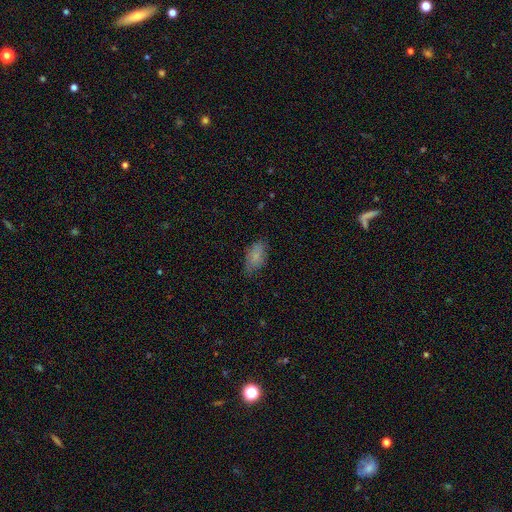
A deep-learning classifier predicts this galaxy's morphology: Q: Smooth or featured?
A: smooth (81%); runner-up: featured or disk (11%)
Q: How rounded?
A: in between (92%); runner-up: round (4%)
Q: Merging?
A: none (72%); runner-up: minor disturbance (22%)